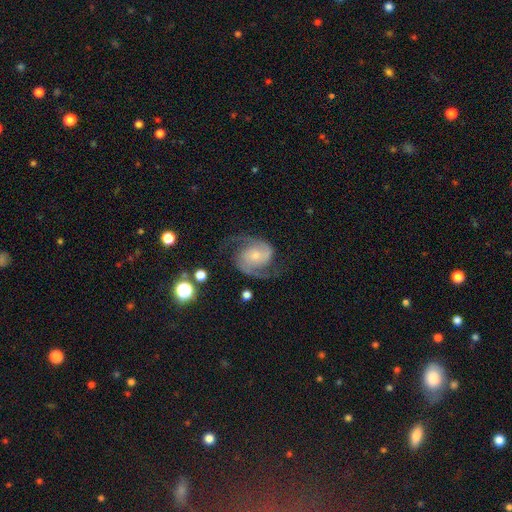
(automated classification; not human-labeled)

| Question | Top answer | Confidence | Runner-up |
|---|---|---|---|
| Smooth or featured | featured or disk | 90% | star or artifact (5%) |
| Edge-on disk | no | 98% | yes (2%) |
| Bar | no | 58% | weak (32%) |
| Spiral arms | yes | 98% | no (2%) |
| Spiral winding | medium | 59% | loose (21%) |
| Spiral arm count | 2 | 94% | can't tell (2%) |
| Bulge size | small | 51% | moderate (33%) |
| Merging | none | 76% | minor disturbance (14%) |